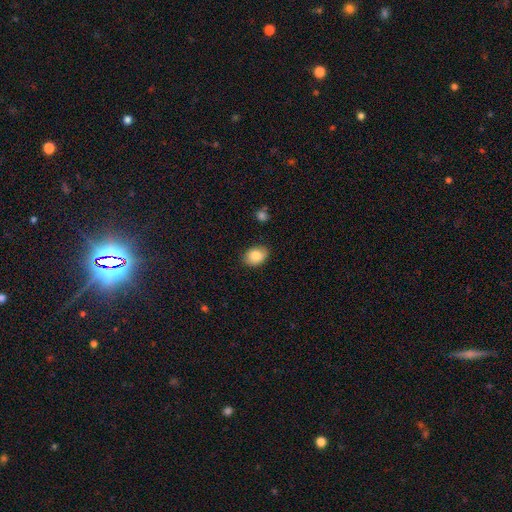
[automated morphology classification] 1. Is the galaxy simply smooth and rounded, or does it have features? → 86% smooth, 8% star or artifact, 7% featured or disk.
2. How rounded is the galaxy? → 73% in between, 26% round, 1% cigar-shaped.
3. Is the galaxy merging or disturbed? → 84% none, 12% minor disturbance, 2% major disturbance, 1% merger.